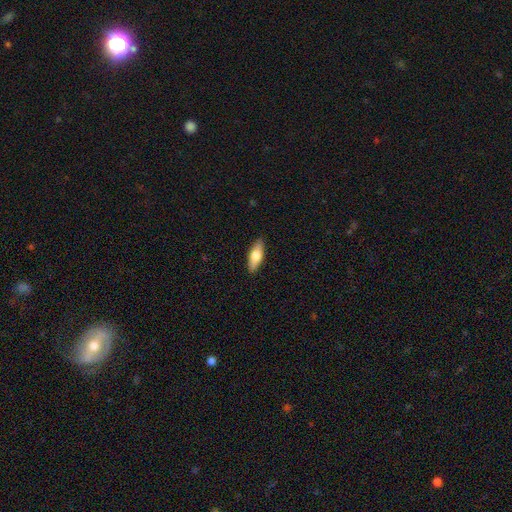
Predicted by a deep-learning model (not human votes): Morphology: type=smooth (65%); roundness=in between (63%); merging=none (89%).